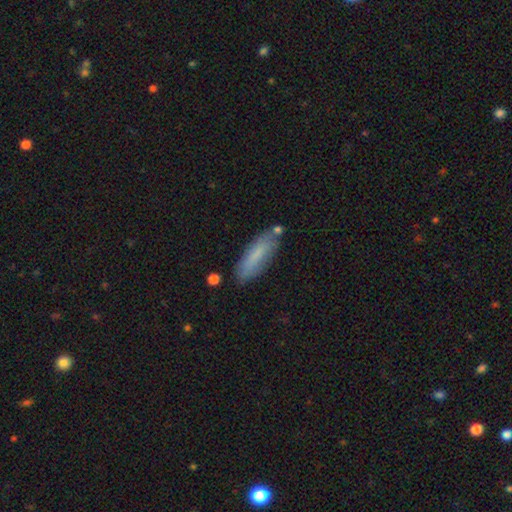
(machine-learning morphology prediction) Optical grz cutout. It shows a smooth galaxy with no disk features (76%) that is cigar-shaped (57%). Merging: none (74%).